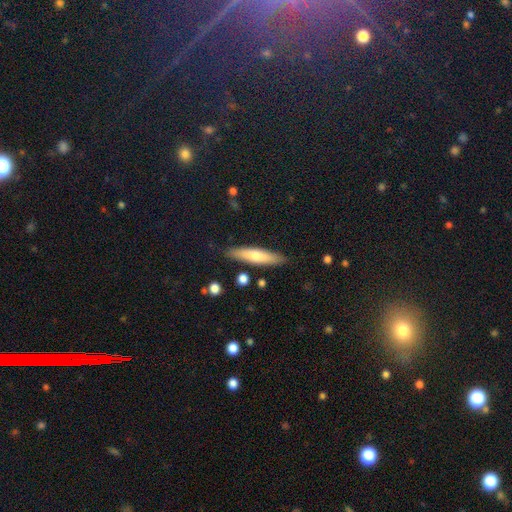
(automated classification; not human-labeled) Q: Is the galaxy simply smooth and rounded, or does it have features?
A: smooth — 63%.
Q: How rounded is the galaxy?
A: cigar-shaped — 80%.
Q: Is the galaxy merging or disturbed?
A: none — 86%.